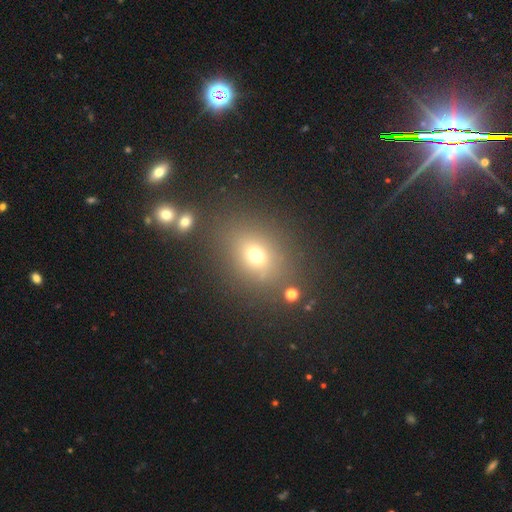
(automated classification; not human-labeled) This appears to be a smooth galaxy with no disk features (68%) that is round (51%). Merging: none (79%).